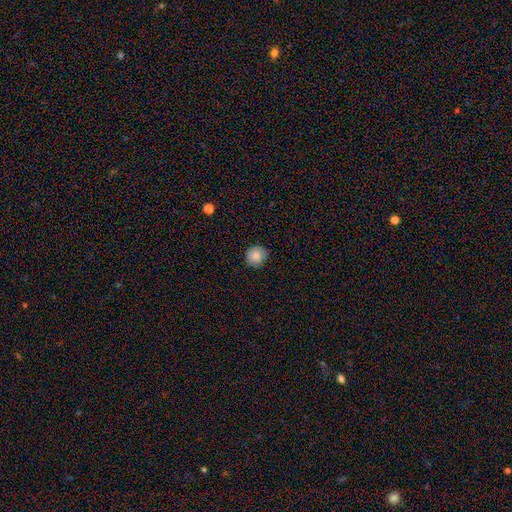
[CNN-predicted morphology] This is clearly a smooth galaxy (86%). How rounded: clearly round (90%). Merging: clearly none (86%).